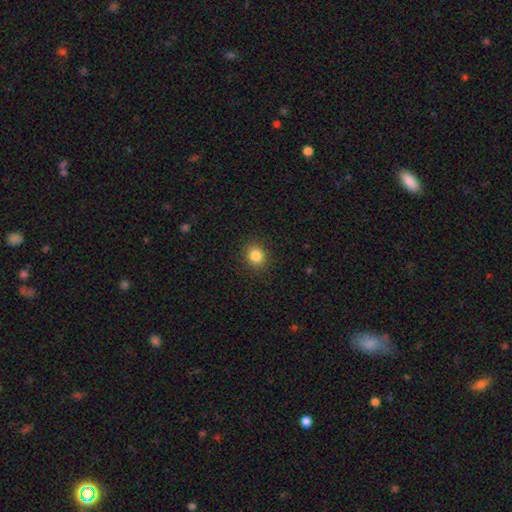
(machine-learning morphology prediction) type=smooth (85%); roundness=round (80%); merging=none (90%).